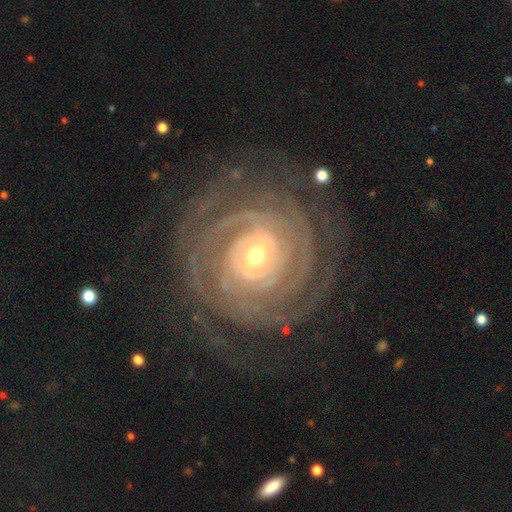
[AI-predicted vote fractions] Morphology: type=featured or disk (91%); edge-on=no (97%); bar=weak (40%); spiral arms=yes (98%); winding=tight (86%); arm count=can't tell (24%); bulge=small (51%); merging=none (79%).